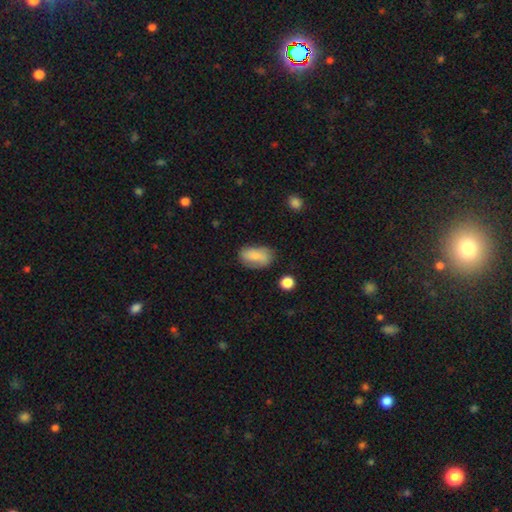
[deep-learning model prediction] Overall: smooth (74%). How rounded: in between (90%). Merging: none (67%).